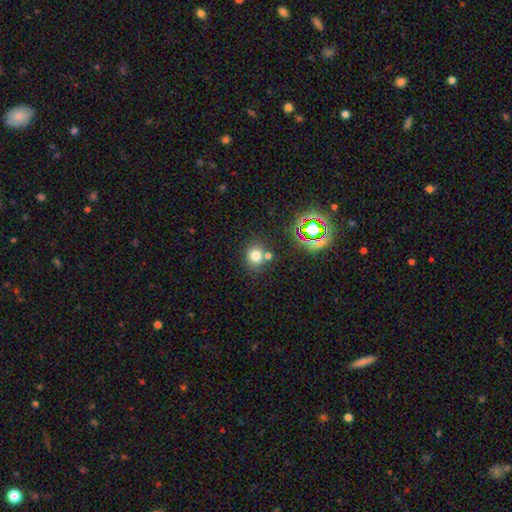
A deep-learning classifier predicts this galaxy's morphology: This is likely a smooth galaxy (73%). How rounded: clearly round (82%). Merging: likely none (66%).